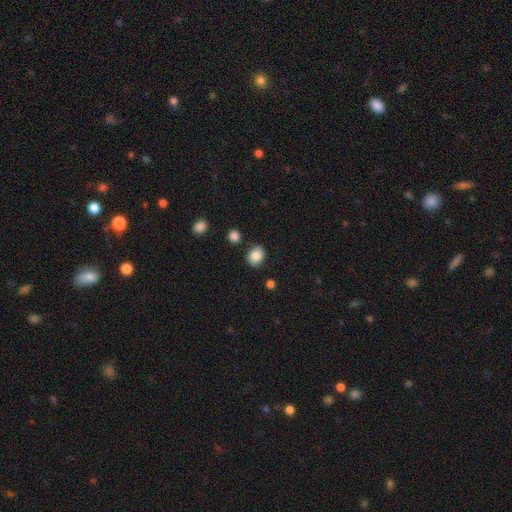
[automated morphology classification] The model was most divided on "how rounded": round: 54%, in between: 45%, cigar-shaped: 1%. More confident: smooth or featured — smooth (85%); merging — none (81%).